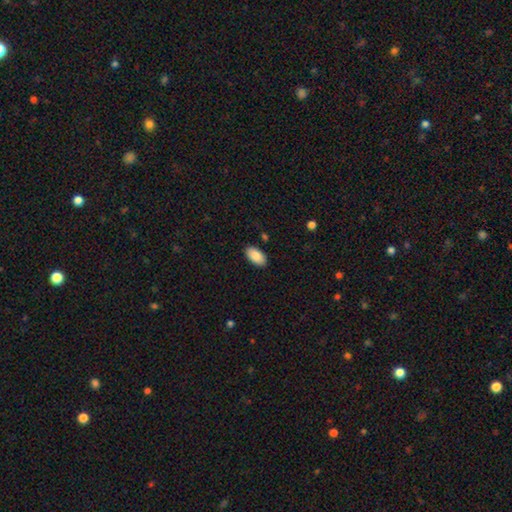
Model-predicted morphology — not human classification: Smooth or featured? Predicted: smooth (p=0.87). How rounded? Predicted: in between (p=0.95). Merging? Predicted: none (p=0.88).